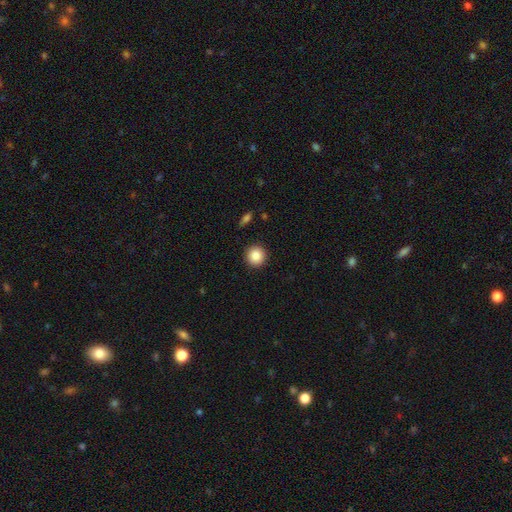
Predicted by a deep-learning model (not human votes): Smooth or featured: smooth — 87% (star or artifact — 9%)
How rounded: round — 95% (in between — 4%)
Merging: none — 92% (minor disturbance — 5%)